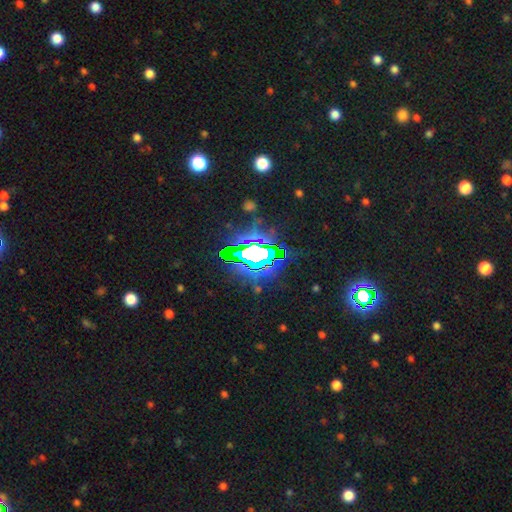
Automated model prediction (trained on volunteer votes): Overall: star or artifact (73%).